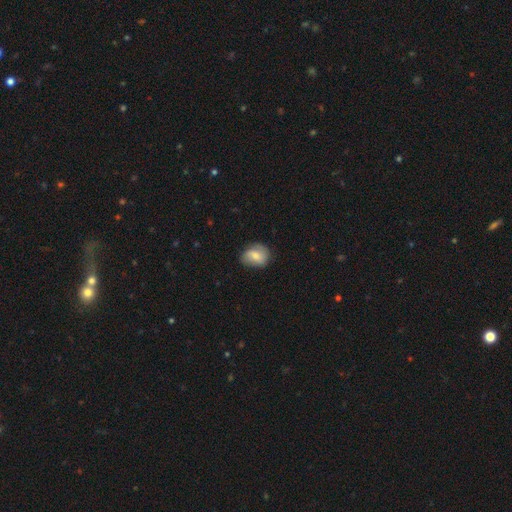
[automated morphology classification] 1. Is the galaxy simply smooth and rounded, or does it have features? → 61% smooth, 31% featured or disk, 8% star or artifact.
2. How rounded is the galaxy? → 54% in between, 45% round, 1% cigar-shaped.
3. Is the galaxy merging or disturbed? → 67% none, 25% minor disturbance, 7% major disturbance, 1% merger.